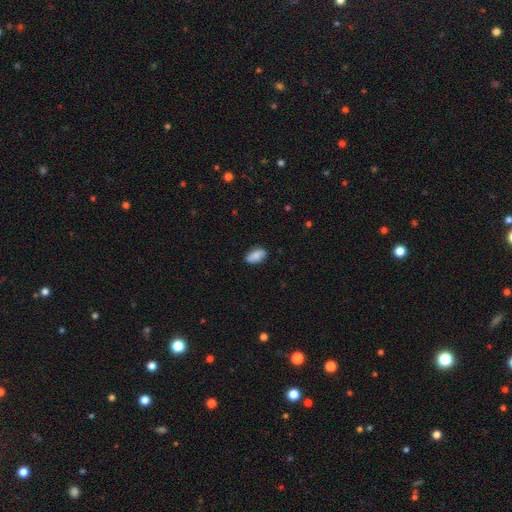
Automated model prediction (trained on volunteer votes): Morphology: type=smooth (85%); roundness=in between (92%); merging=none (84%).